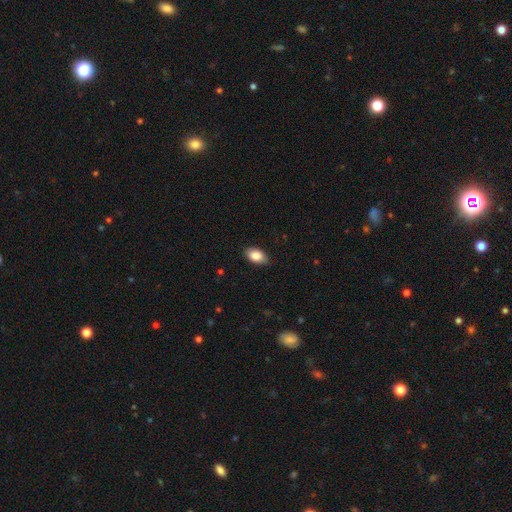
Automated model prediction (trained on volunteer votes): Smooth or featured? Predicted: smooth (p=0.86). How rounded? Predicted: in between (p=0.91). Merging? Predicted: none (p=0.83).